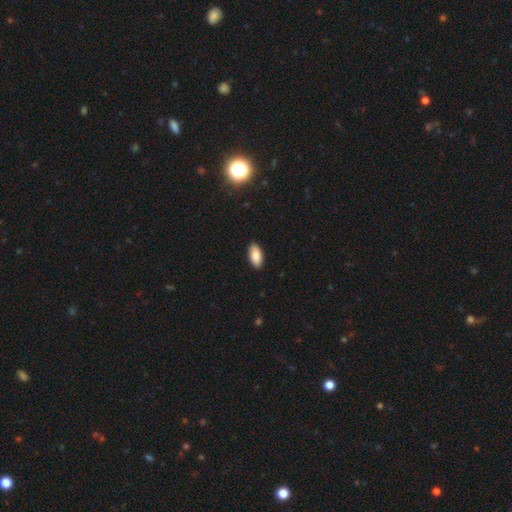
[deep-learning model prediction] This appears to be a smooth galaxy with no disk features (88%) that is in between round and cigar-shaped (92%). Merging: none (89%).